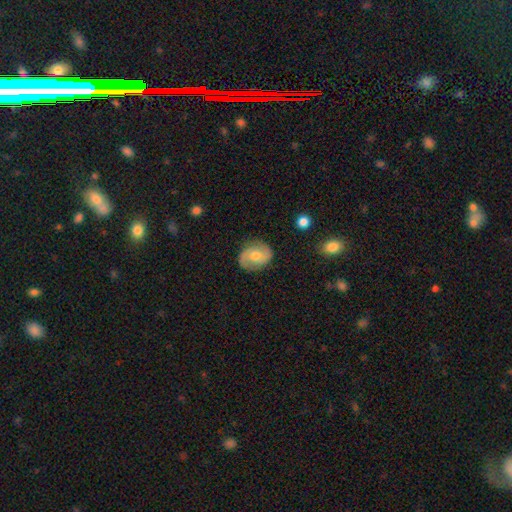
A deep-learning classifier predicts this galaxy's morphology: Overall: featured or disk (65%; smooth 28%). Edge-on disk: no (97%). Bar: no (55%; weak 37%). Spiral arms: yes (88%). Spiral arm count: 2 (89%). Spiral winding: medium (46%; loose 28%). Bulge size: moderate (69%). Merging: none (83%).